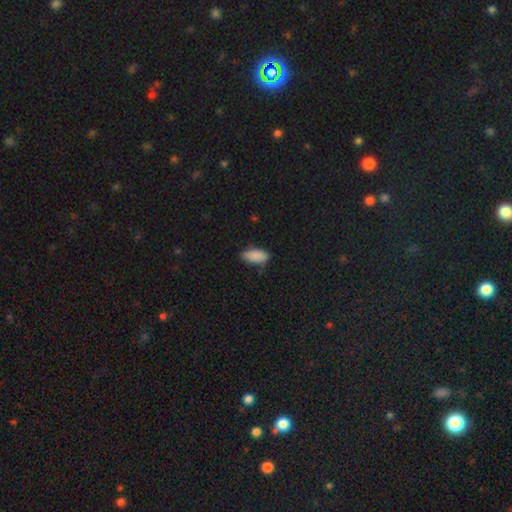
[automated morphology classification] smooth-or-featured: smooth: 88% | star or artifact: 7% | featured or disk: 5%
  how-rounded: in between: 89% | cigar-shaped: 9% | round: 2%
  merging: none: 75% | minor disturbance: 20% | major disturbance: 3% | merger: 2%